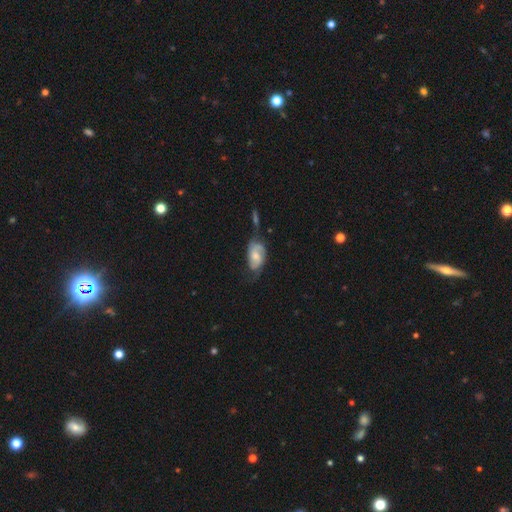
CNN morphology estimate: Q: Smooth or featured?
A: featured or disk (64%); runner-up: smooth (29%)
Q: Edge-on disk?
A: no (95%); runner-up: yes (5%)
Q: Bar?
A: no (53%); runner-up: weak (39%)
Q: Spiral arms?
A: yes (89%); runner-up: no (11%)
Q: Spiral winding?
A: medium (43%); runner-up: tight (34%)
Q: Spiral arm count?
A: 2 (76%); runner-up: can't tell (13%)
Q: Bulge size?
A: moderate (47%); runner-up: small (34%)
Q: Merging?
A: none (44%); runner-up: minor disturbance (28%)